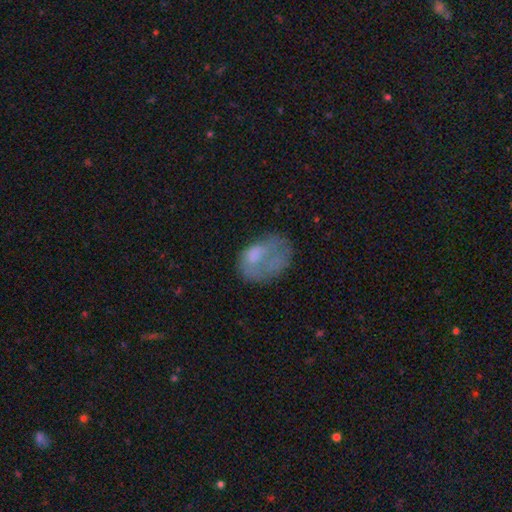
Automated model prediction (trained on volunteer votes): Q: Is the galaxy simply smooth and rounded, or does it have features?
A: smooth — 58%.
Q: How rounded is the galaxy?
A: in between — 79%.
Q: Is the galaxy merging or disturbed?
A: major disturbance — 41%.